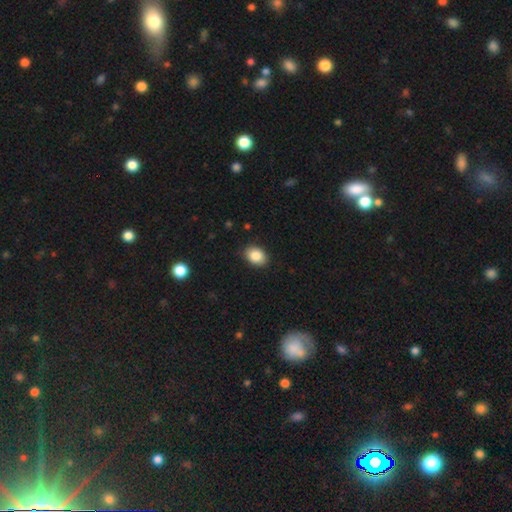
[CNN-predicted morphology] This is clearly a smooth galaxy (87%). How rounded: likely in between (73%). Merging: clearly none (87%).